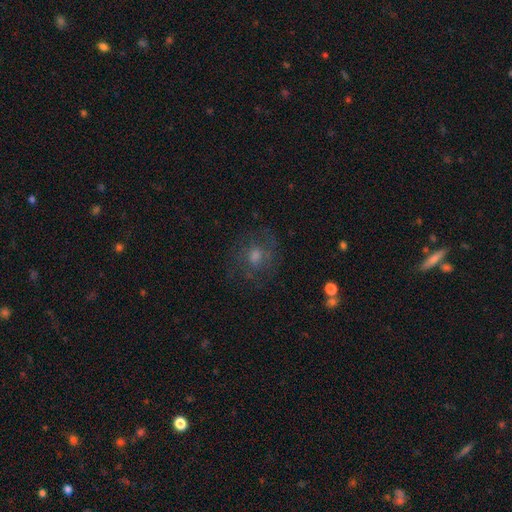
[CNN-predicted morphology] smooth_or_featured: featured or disk (p=0.47) [alt: smooth p=0.35]
merging: none (p=0.73) [alt: minor disturbance p=0.15]